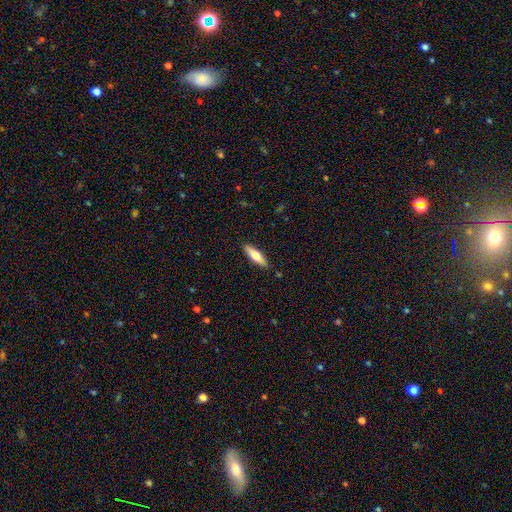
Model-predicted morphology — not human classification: type=smooth (64%); roundness=cigar-shaped (64%); merging=none (89%).